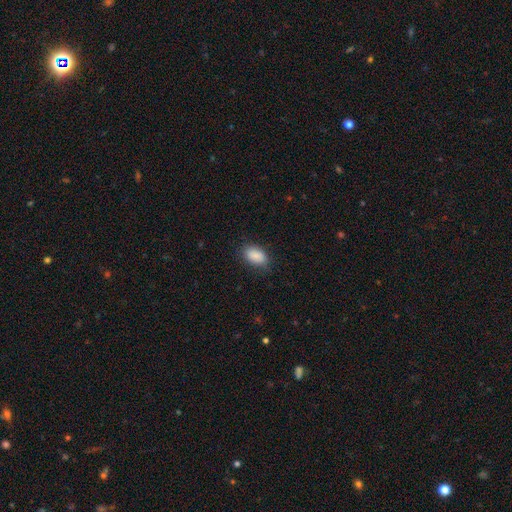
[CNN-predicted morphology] Q: Smooth or featured?
A: smooth (89%); runner-up: star or artifact (7%)
Q: How rounded?
A: in between (90%); runner-up: round (8%)
Q: Merging?
A: none (81%); runner-up: minor disturbance (15%)